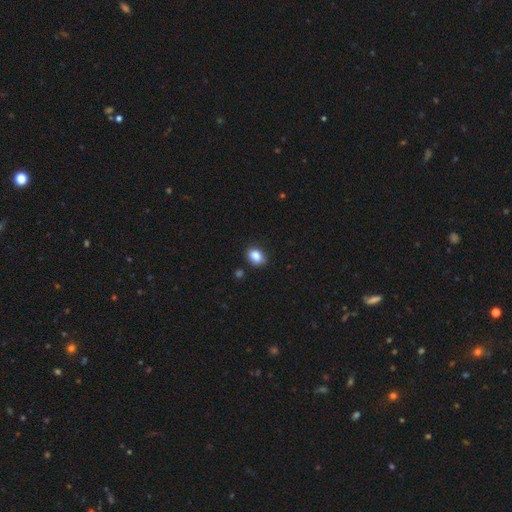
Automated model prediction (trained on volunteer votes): Smooth or featured: smooth — 86% (star or artifact — 9%)
How rounded: in between — 68% (round — 30%)
Merging: none — 83% (minor disturbance — 12%)